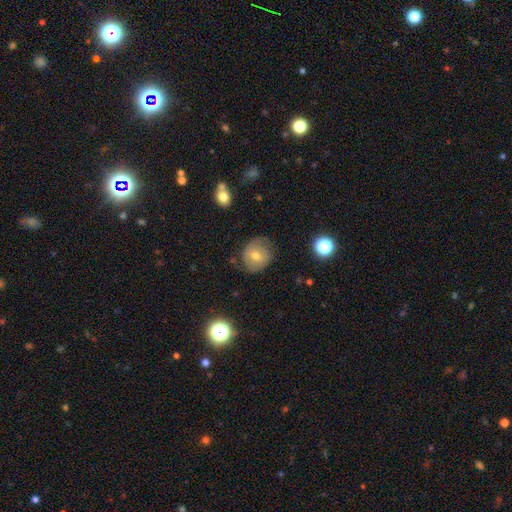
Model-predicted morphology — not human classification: smooth 57%, featured or disk 32%, star or artifact 10%. Down the decision tree: how rounded — round (71%); merging — none (65%).